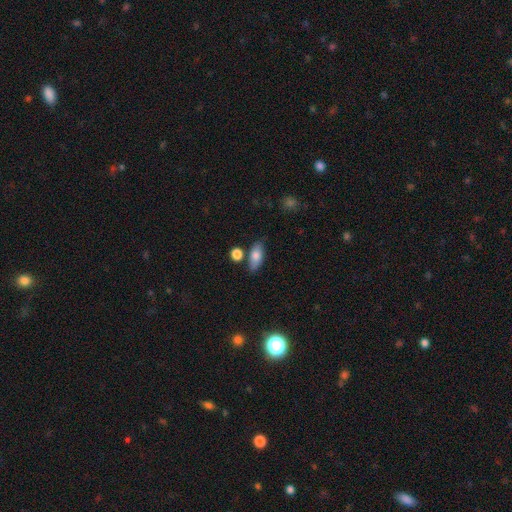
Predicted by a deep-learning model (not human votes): Overall: smooth (79%). How rounded: in between (80%). Merging: none (75%).